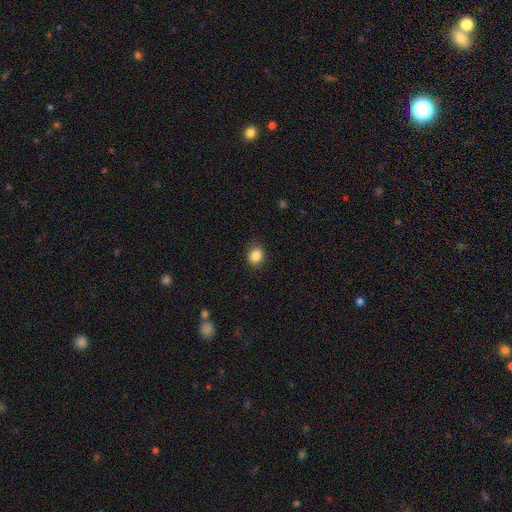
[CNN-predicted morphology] This is clearly a smooth galaxy (86%). How rounded: likely round (64%). Merging: clearly none (88%).